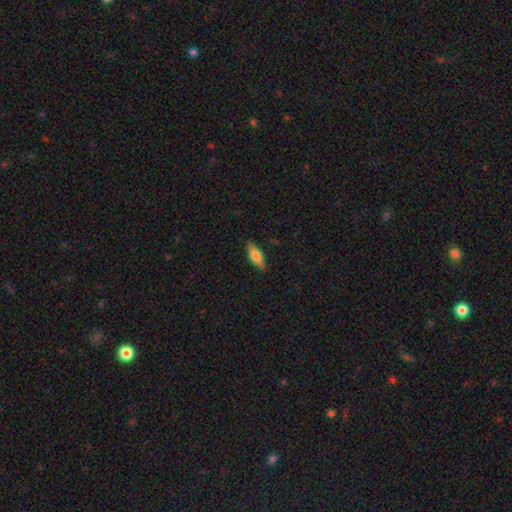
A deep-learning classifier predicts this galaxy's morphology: Overall: smooth (69%). How rounded: in between (71%). Merging: none (87%).